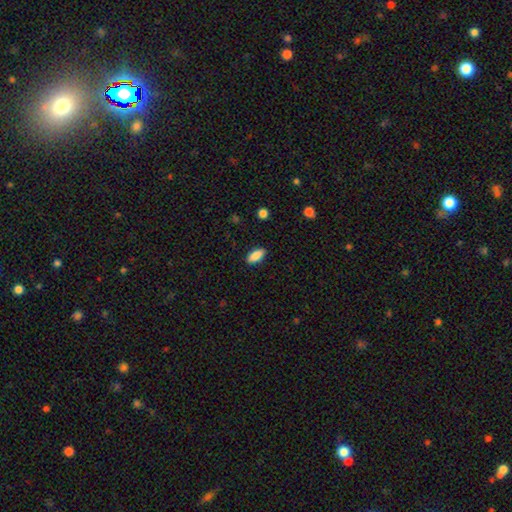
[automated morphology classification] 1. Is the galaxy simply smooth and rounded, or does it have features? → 88% smooth, 7% star or artifact, 5% featured or disk.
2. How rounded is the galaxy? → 82% in between, 16% cigar-shaped, 2% round.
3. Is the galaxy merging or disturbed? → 89% none, 8% minor disturbance, 2% major disturbance, 1% merger.